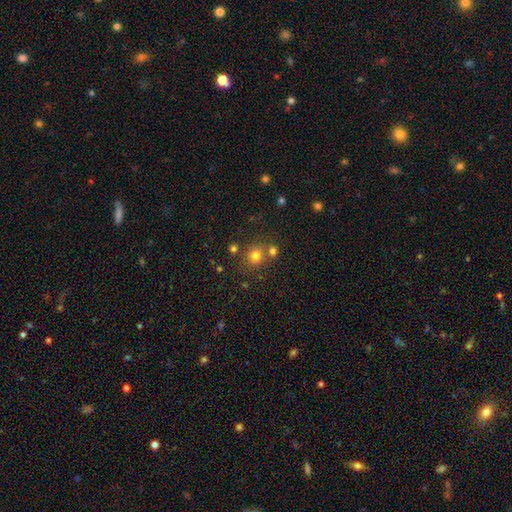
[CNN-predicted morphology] smooth-or-featured: smooth: 75% | star or artifact: 17% | featured or disk: 8%
  how-rounded: round: 86% | in between: 13% | cigar-shaped: 1%
  merging: none: 67% | merger: 20% | minor disturbance: 9% | major disturbance: 3%